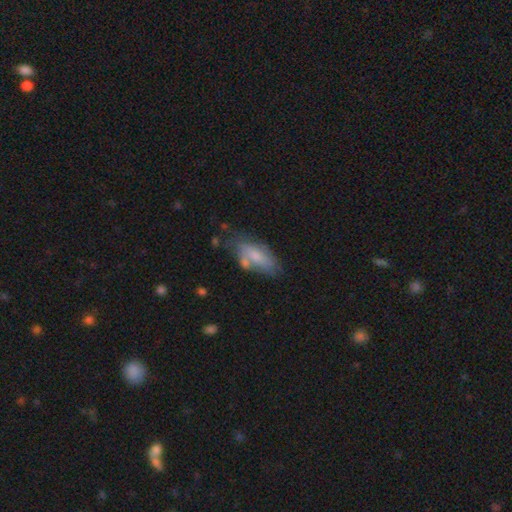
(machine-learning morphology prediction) smooth_or_featured: smooth (p=0.62) [alt: featured or disk p=0.31]
how_rounded: in between (p=0.82) [alt: cigar-shaped p=0.15]
merging: none (p=0.55) [alt: minor disturbance p=0.25]